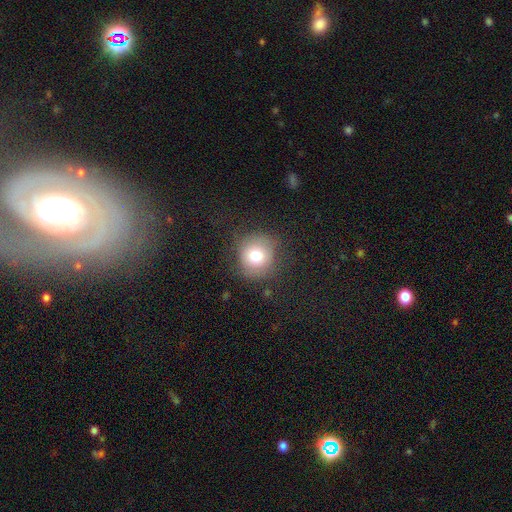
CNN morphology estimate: Smooth or featured? smooth (74%)
How rounded? round (91%)
Merging? none (74%)